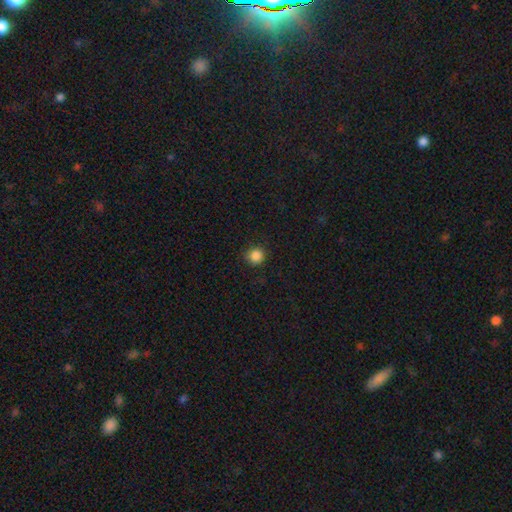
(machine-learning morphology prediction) Q: Smooth or featured?
A: smooth (86%); runner-up: star or artifact (11%)
Q: How rounded?
A: round (92%); runner-up: in between (7%)
Q: Merging?
A: none (87%); runner-up: minor disturbance (10%)